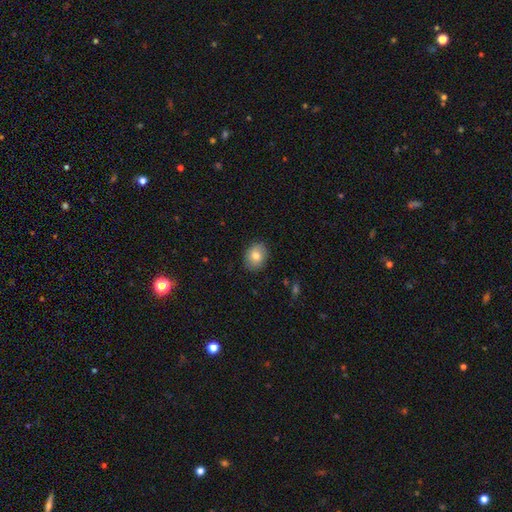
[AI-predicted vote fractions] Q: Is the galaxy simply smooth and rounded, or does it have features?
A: smooth — 77%.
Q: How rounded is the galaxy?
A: in between — 54%.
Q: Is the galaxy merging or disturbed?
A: none — 88%.